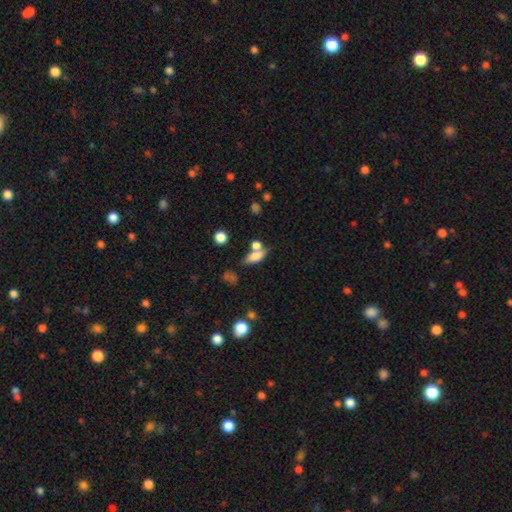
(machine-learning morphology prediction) This appears to be a smooth galaxy with no disk features (68%) that is in between round and cigar-shaped (68%). Merging: none (45%).